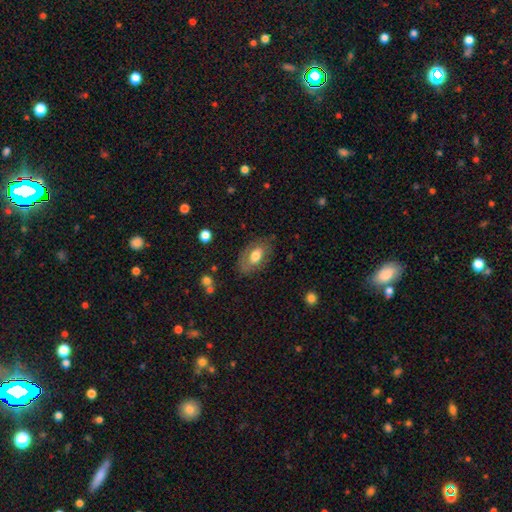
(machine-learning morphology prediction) This is likely a smooth galaxy (65%). How rounded: clearly in between (90%). Merging: likely none (75%).